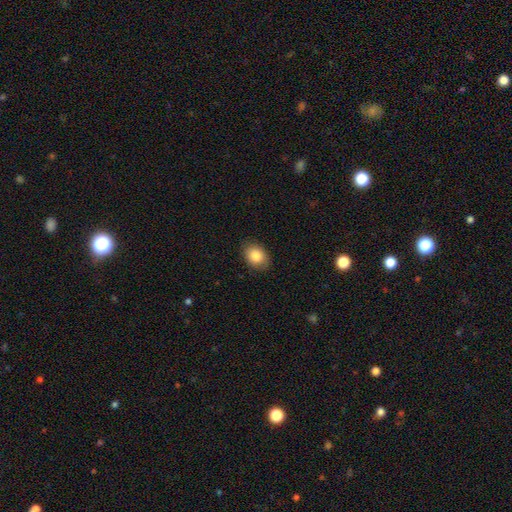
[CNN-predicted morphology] The model was most divided on "how rounded": in between: 72%, round: 27%, cigar-shaped: 1%. More confident: smooth or featured — smooth (86%); merging — none (85%).